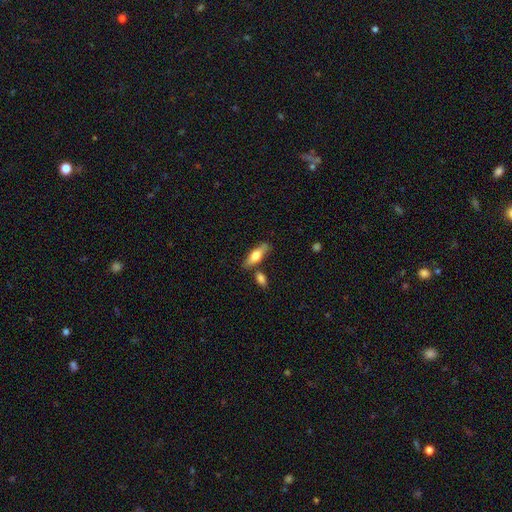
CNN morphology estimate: Smooth or featured? Predicted: smooth (p=0.60). How rounded? Predicted: in between (p=0.57). Merging? Predicted: none (p=0.68).